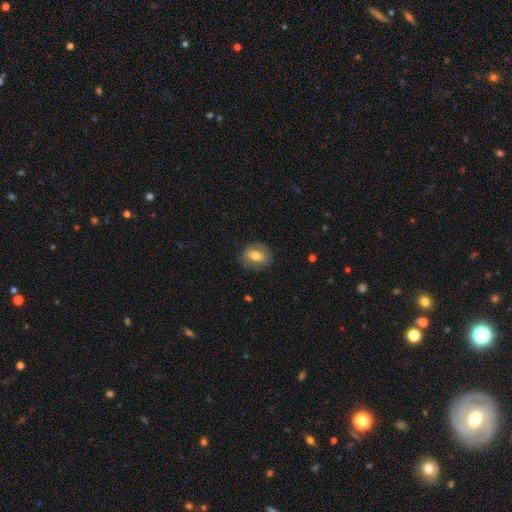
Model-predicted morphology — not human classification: Overall: smooth (63%; featured or disk 29%). How rounded: in between (55%; round 43%). Merging: none (80%).